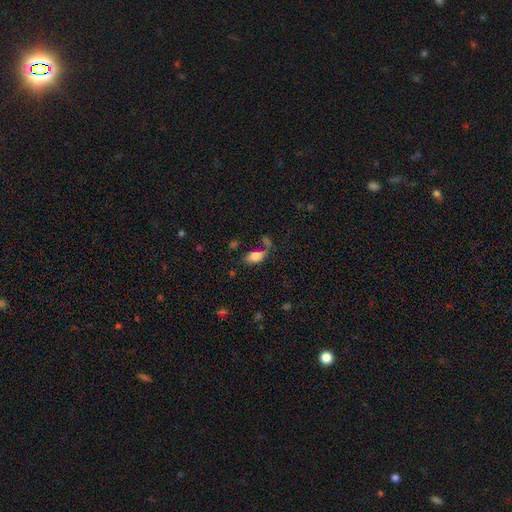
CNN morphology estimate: This appears to be a smooth galaxy with no disk features (80%) that is in between round and cigar-shaped (89%). Merging: none (48%).